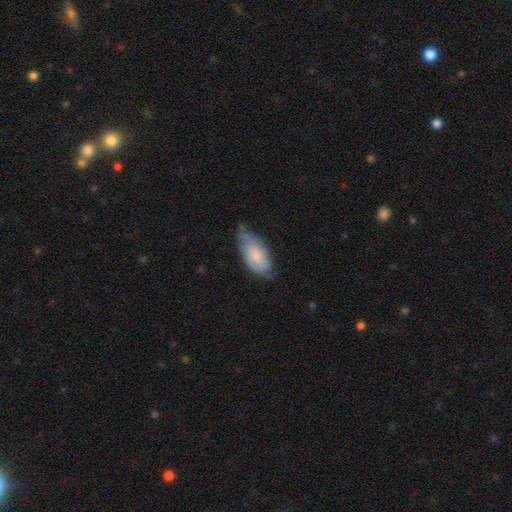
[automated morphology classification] Smooth or featured? smooth (64%)
How rounded? in between (89%)
Merging? none (44%)